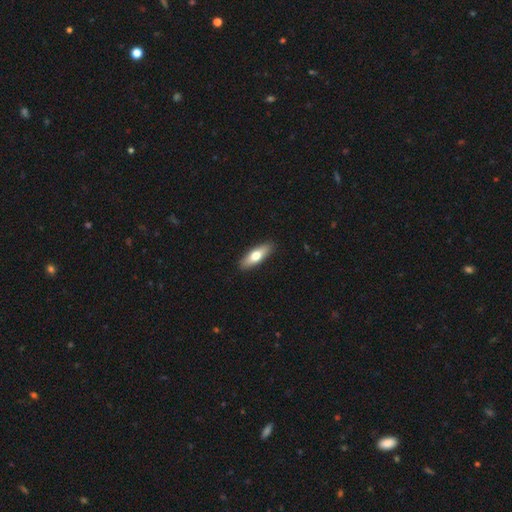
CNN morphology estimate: smooth-or-featured: smooth: 66% | featured or disk: 28% | star or artifact: 5%
  how-rounded: in between: 56% | cigar-shaped: 41% | round: 3%
  merging: none: 90% | minor disturbance: 7% | major disturbance: 2% | merger: 1%